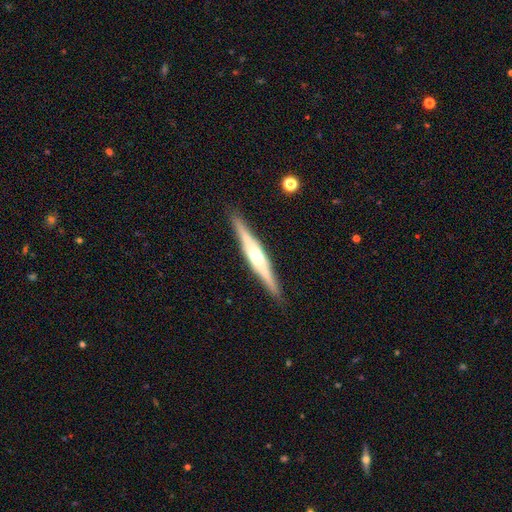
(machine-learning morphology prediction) The model was most divided on "smooth or featured": featured or disk: 76%, smooth: 19%, star or artifact: 5%. More confident: edge-on disk — yes (97%); merging — none (90%); edge-on bulge — rounded (78%).